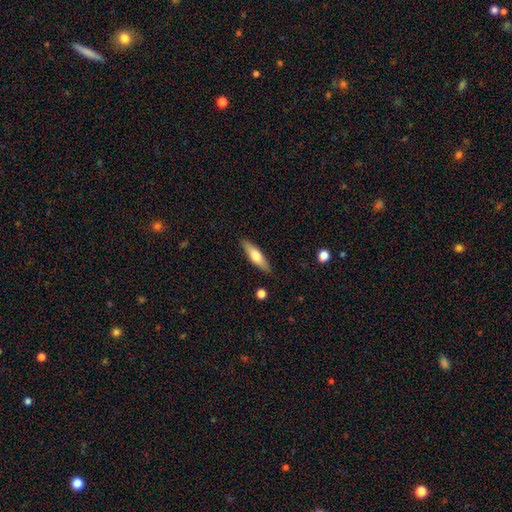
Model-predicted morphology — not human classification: This appears to be a smooth galaxy with no disk features (60%) that is cigar-shaped (66%). Merging: none (87%).